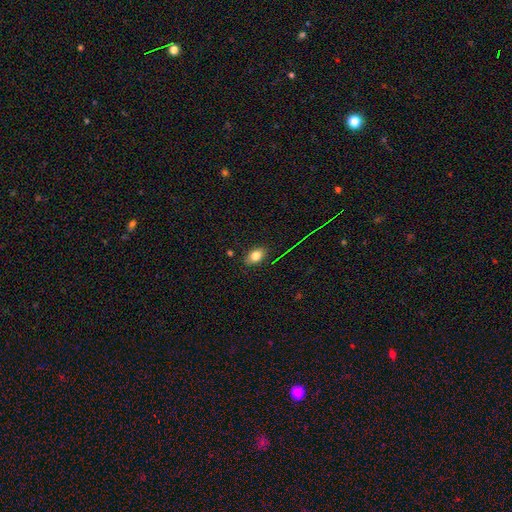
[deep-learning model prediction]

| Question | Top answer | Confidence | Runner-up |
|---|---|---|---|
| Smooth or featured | smooth | 78% | star or artifact (11%) |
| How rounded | in between | 82% | round (16%) |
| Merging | none | 83% | minor disturbance (13%) |